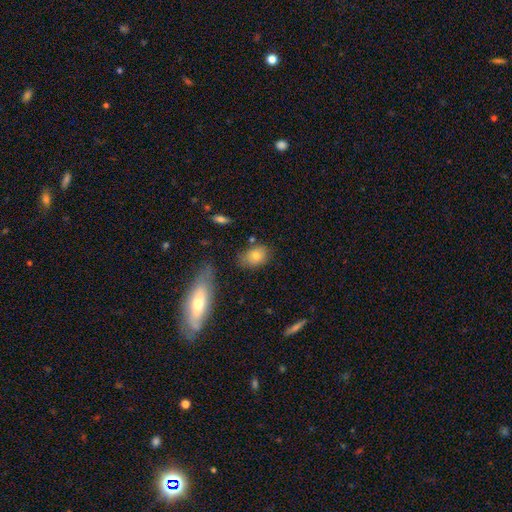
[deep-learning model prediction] A smooth galaxy with no disk features (78%) that is in between round and cigar-shaped (75%). Merging: none (66%).